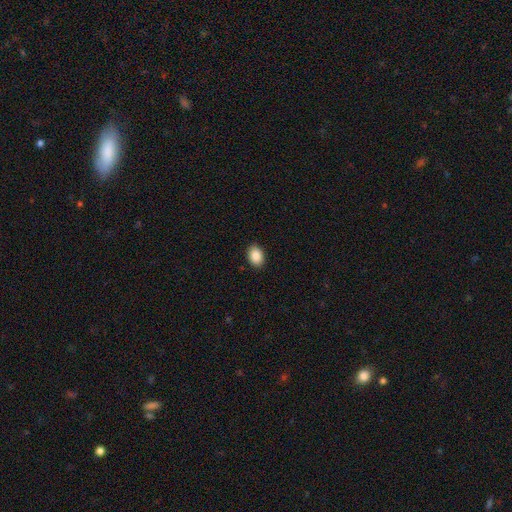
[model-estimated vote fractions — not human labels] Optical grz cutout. It shows a smooth galaxy with no disk features (88%) that is in between round and cigar-shaped (78%). Merging: none (90%).